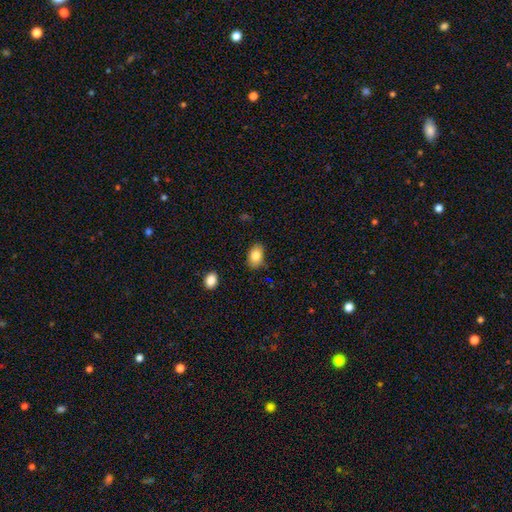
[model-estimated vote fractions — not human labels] Smooth or featured: smooth — 83% (featured or disk — 9%)
How rounded: in between — 85% (round — 13%)
Merging: none — 83% (minor disturbance — 12%)